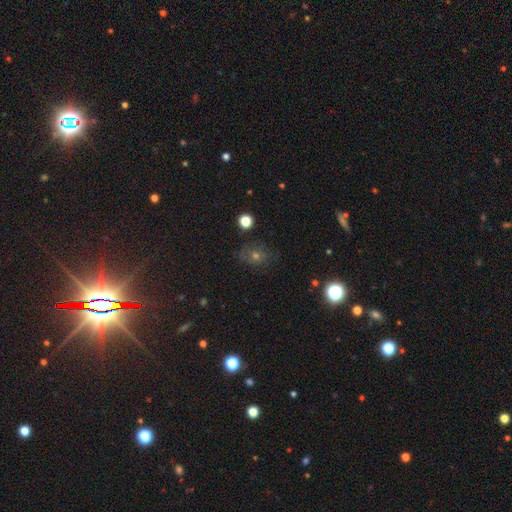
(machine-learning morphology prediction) smooth-or-featured: smooth: 46% | star or artifact: 34% | featured or disk: 20%
  merging: none: 79% | minor disturbance: 14% | major disturbance: 5% | merger: 2%